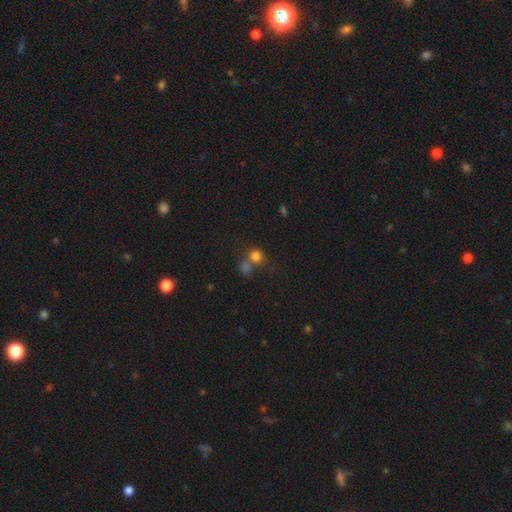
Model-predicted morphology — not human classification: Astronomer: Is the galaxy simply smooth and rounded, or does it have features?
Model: smooth — 76%.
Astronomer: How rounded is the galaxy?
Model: round — 84%.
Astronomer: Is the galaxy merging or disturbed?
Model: none — 45% (runner-up: merger, 41%).